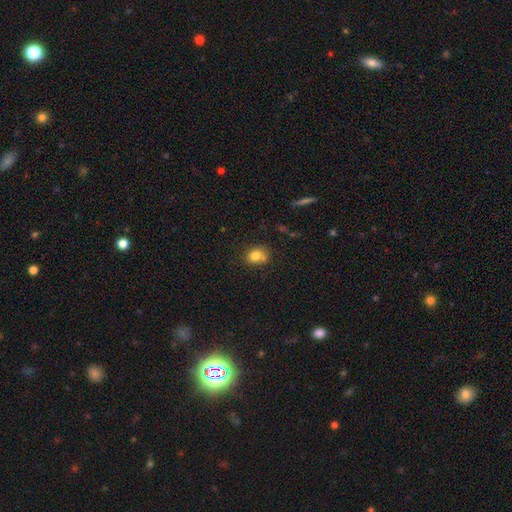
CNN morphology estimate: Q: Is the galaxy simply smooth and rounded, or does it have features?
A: smooth — 78%.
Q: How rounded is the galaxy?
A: round — 56%.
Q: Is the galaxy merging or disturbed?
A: none — 59%.